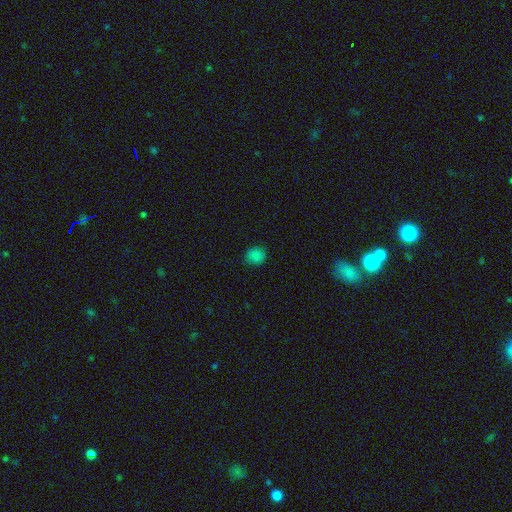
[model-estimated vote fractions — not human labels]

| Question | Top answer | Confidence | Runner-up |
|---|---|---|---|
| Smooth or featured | smooth | 82% | star or artifact (14%) |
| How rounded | round | 85% | in between (14%) |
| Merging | none | 87% | minor disturbance (10%) |